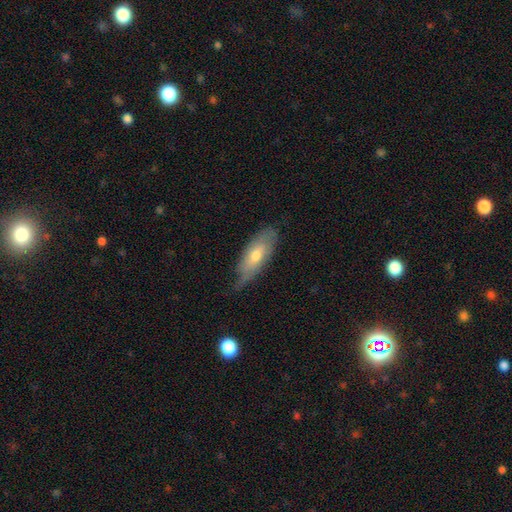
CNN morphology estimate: A smooth galaxy with no disk features (56%) that is in between round and cigar-shaped (71%).

Vote fractions:
- Smooth or featured? smooth: 56% / featured or disk: 37% / star or artifact: 6%
- How rounded? in between: 71% / cigar-shaped: 26% / round: 2%
- Merging? none: 56% / minor disturbance: 34% / major disturbance: 8% / merger: 2%